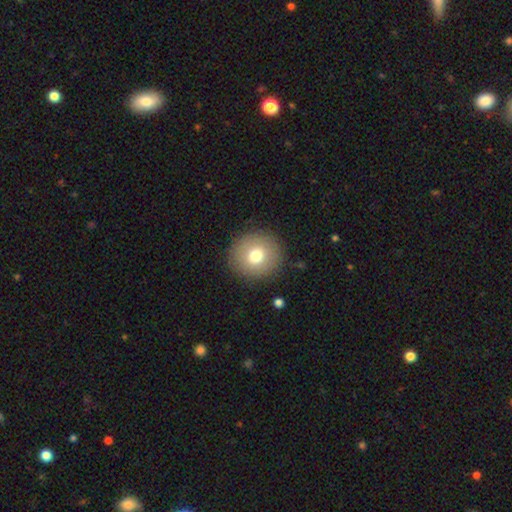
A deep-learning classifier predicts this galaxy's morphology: This is likely a smooth galaxy (75%). How rounded: clearly round (90%). Merging: clearly none (89%).